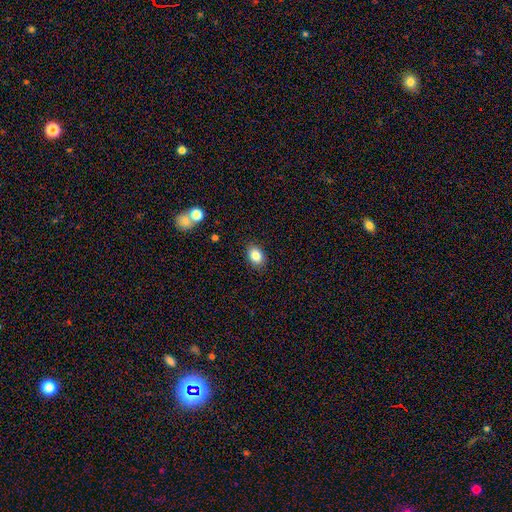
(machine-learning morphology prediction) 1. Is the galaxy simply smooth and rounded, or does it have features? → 84% smooth, 9% star or artifact, 7% featured or disk.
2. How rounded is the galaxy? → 77% in between, 22% round, 1% cigar-shaped.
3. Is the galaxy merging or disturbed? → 87% none, 9% minor disturbance, 2% major disturbance, 1% merger.